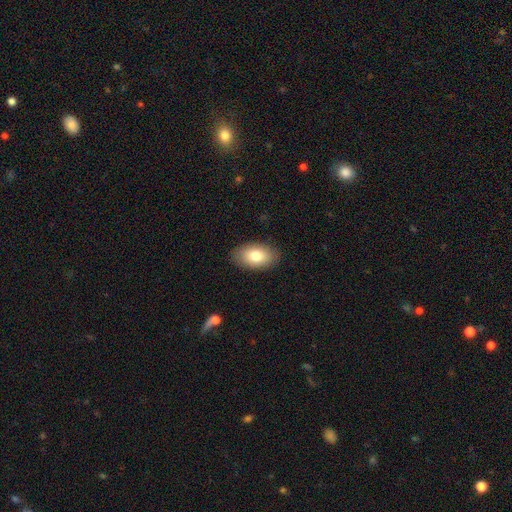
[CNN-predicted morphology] Smooth or featured? Predicted: smooth (p=0.79). How rounded? Predicted: in between (p=0.93). Merging? Predicted: none (p=0.87).